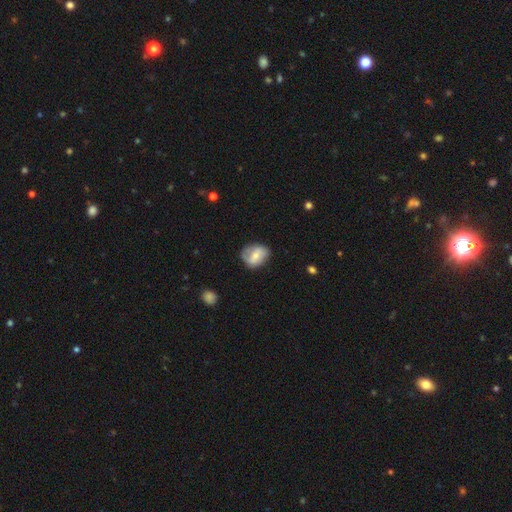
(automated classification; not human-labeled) smooth-or-featured: smooth: 56% | featured or disk: 37% | star or artifact: 7%
  how-rounded: in between: 55% | round: 44% | cigar-shaped: 1%
  merging: none: 61% | minor disturbance: 29% | major disturbance: 9% | merger: 2%